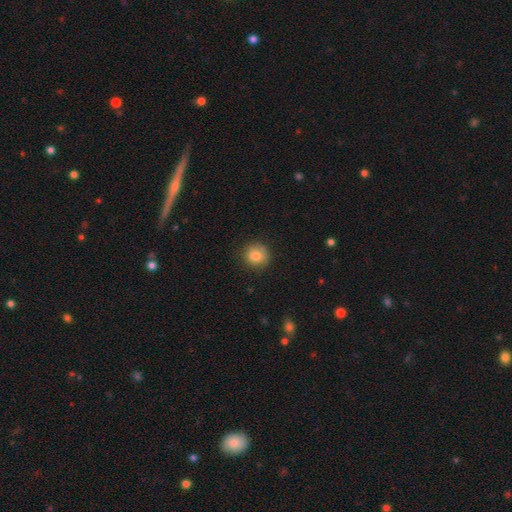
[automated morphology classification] This appears to be a smooth galaxy with no disk features (83%) that is round (85%). Merging: none (78%).